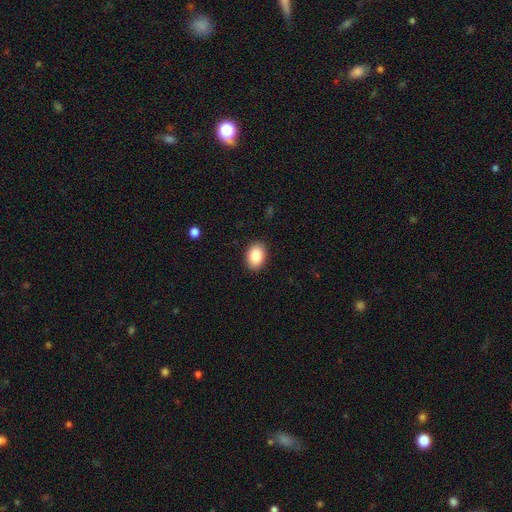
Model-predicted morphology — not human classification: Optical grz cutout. It shows a smooth galaxy with no disk features (86%) that is in between round and cigar-shaped (79%). Merging: none (90%).